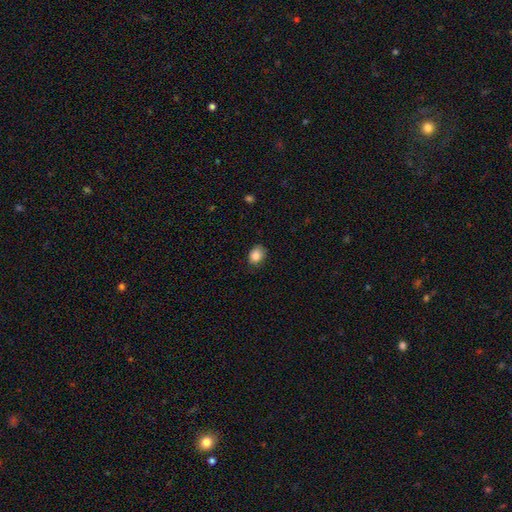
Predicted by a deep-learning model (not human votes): Smooth or featured? smooth (86%)
How rounded? in between (56%)
Merging? none (77%)